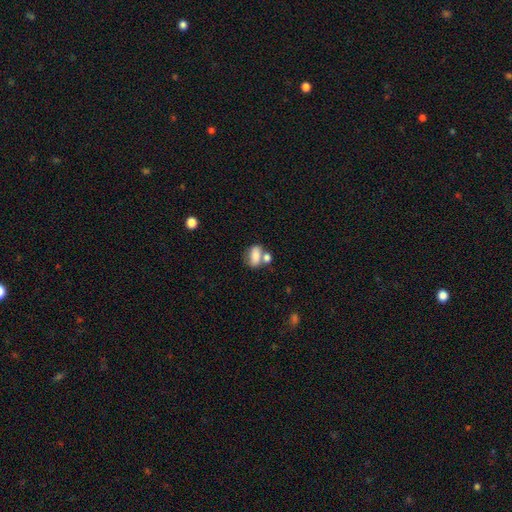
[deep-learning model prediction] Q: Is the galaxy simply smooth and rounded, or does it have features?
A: smooth — 77%.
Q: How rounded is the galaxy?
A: in between — 83%.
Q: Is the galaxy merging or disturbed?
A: merger — 42%.